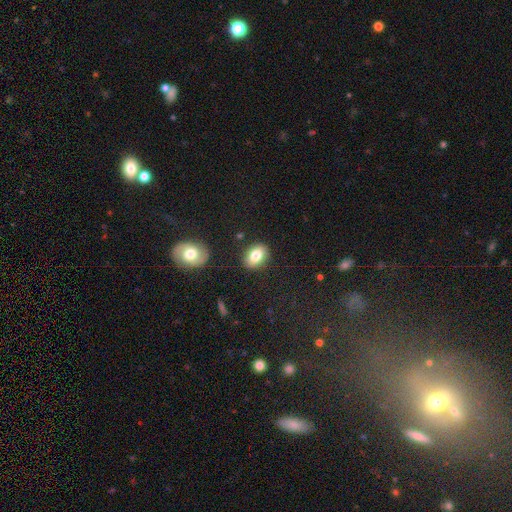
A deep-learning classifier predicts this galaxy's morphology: smooth 80%, featured or disk 12%, star or artifact 8%. Down the decision tree: how rounded — in between (77%); merging — none (86%).